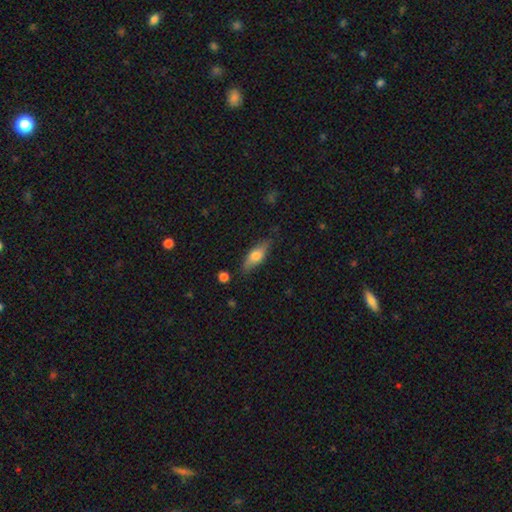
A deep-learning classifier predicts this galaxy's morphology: smooth_or_featured: smooth (p=0.62) [alt: featured or disk p=0.31]
how_rounded: in between (p=0.63) [alt: cigar-shaped p=0.34]
merging: none (p=0.79) [alt: minor disturbance p=0.16]